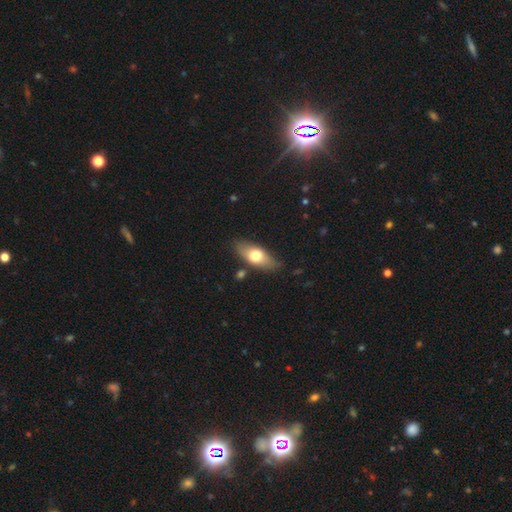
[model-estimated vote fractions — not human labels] Morphology: type=smooth (66%); roundness=in between (81%); merging=none (79%).